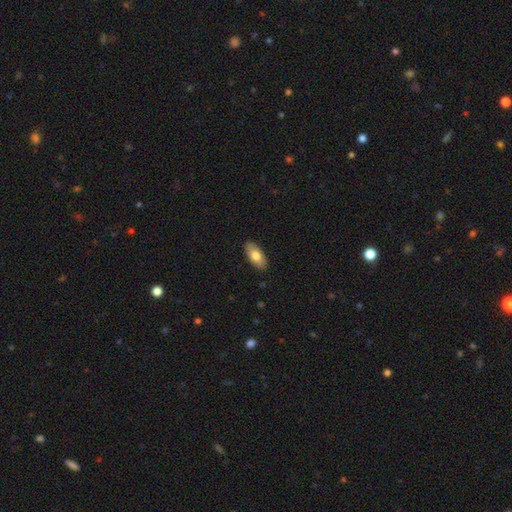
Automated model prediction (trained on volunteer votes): This is likely a smooth galaxy (74%). How rounded: clearly in between (92%). Merging: clearly none (88%).